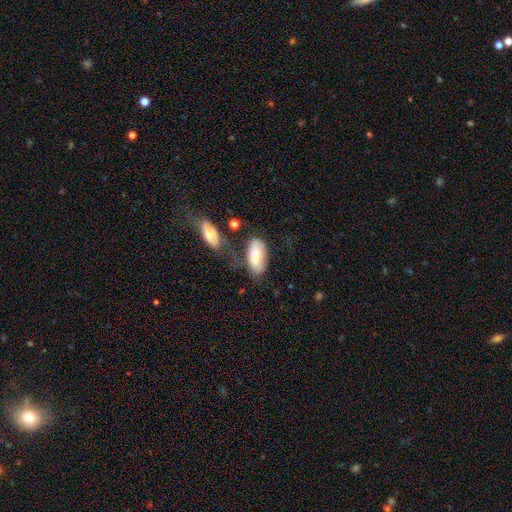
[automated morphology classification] A smooth galaxy with no disk features (72%) that is in between round and cigar-shaped (92%).

Vote fractions:
- Smooth or featured? smooth: 72% / featured or disk: 21% / star or artifact: 7%
- How rounded? in between: 92% / cigar-shaped: 6% / round: 2%
- Merging? none: 47% / minor disturbance: 27% / major disturbance: 14% / merger: 13%